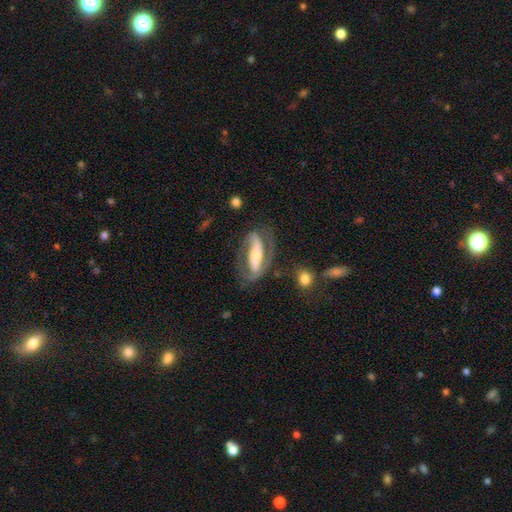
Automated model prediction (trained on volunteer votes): Smooth or featured: featured or disk — 80% (smooth — 15%)
Edge-on disk: no — 85% (yes — 15%)
Bar: strong — 65% (weak — 18%)
Spiral arms: yes — 85% (no — 15%)
Spiral winding: medium — 43% (tight — 31%)
Spiral arm count: 2 — 83% (1 — 7%)
Bulge size: moderate — 53% (small — 33%)
Merging: none — 66% (minor disturbance — 17%)